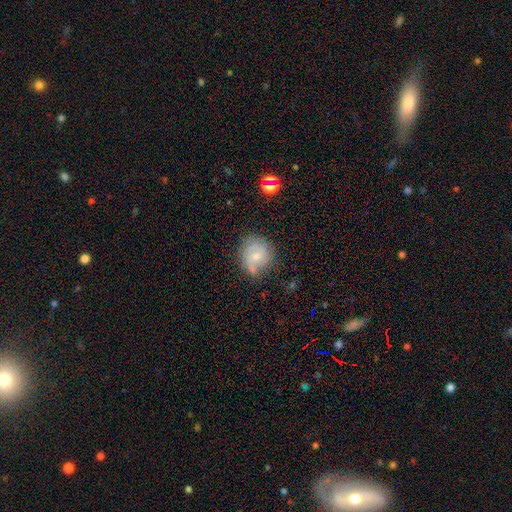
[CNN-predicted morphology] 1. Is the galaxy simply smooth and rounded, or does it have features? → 53% smooth, 37% featured or disk, 10% star or artifact.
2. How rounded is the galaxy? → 78% round, 21% in between, 1% cigar-shaped.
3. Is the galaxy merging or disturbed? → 57% none, 29% minor disturbance, 10% major disturbance, 5% merger.